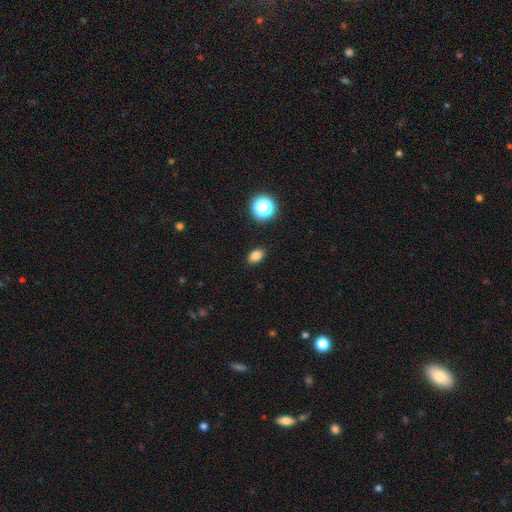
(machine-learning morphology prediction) Smooth or featured?
  - smooth: 81% *
  - star or artifact: 13%
  - featured or disk: 6%
How rounded?
  - in between: 82% *
  - round: 16%
  - cigar-shaped: 2%
Merging?
  - none: 89% *
  - minor disturbance: 8%
  - major disturbance: 2%
  - merger: 1%